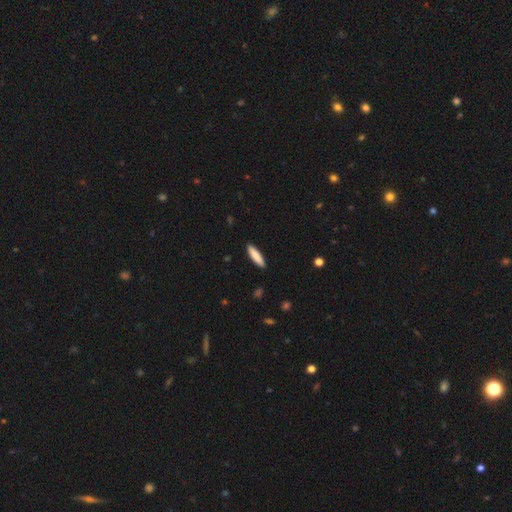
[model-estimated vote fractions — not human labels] A smooth galaxy with no disk features (84%) that is cigar-shaped (78%). Merging: none (90%).